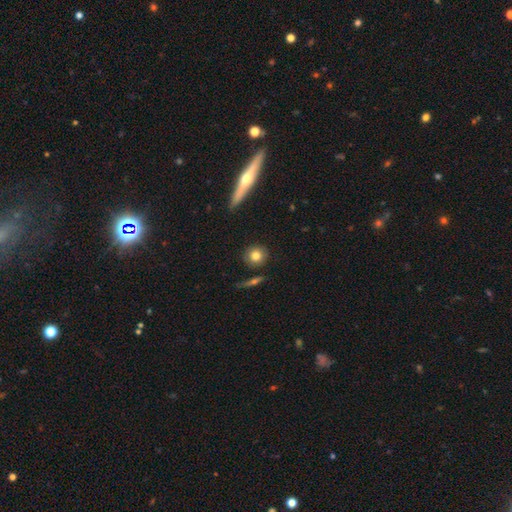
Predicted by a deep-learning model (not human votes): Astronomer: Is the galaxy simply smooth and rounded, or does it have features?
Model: smooth — 79%.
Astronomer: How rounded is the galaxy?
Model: round — 85%.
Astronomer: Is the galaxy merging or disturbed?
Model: none — 84%.